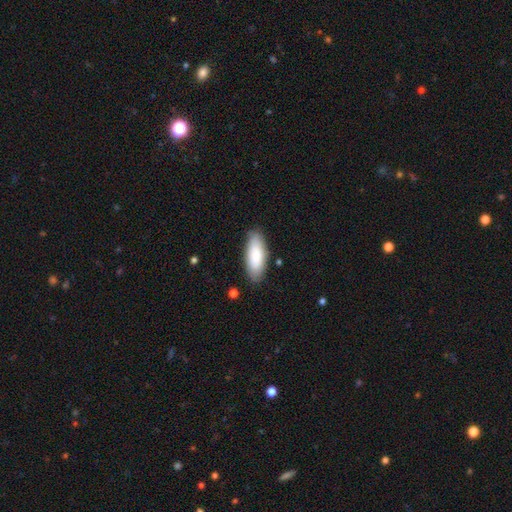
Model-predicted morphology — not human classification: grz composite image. It shows a smooth galaxy with no disk features (83%) that is in between round and cigar-shaped (78%). Merging: none (84%).